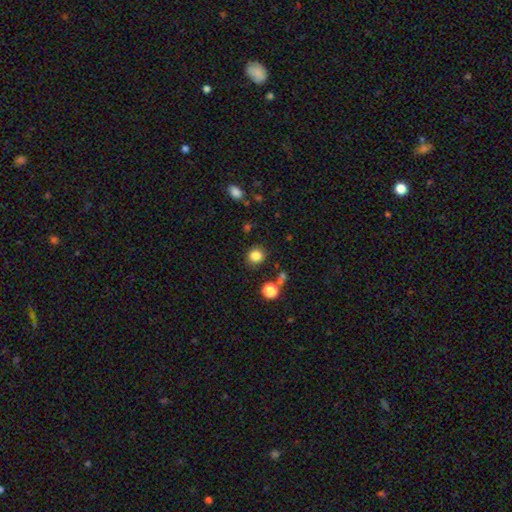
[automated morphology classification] A smooth galaxy with no disk features (84%) that is round (85%).

Vote fractions:
- Smooth or featured? smooth: 84% / star or artifact: 12% / featured or disk: 4%
- How rounded? round: 85% / in between: 14% / cigar-shaped: 1%
- Merging? none: 86% / minor disturbance: 8% / merger: 3% / major disturbance: 3%